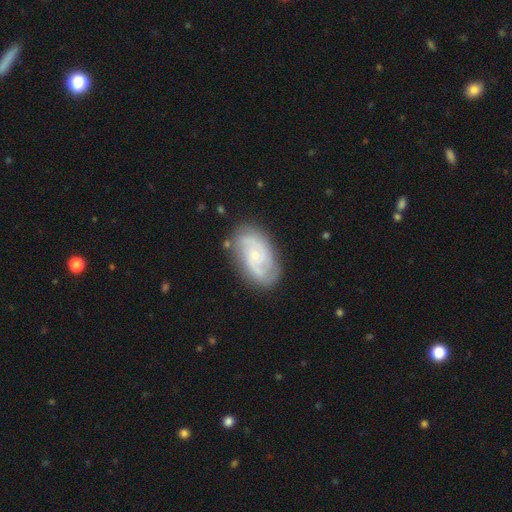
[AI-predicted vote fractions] Smooth or featured: featured or disk — 78% (smooth — 16%)
Edge-on disk: no — 96% (yes — 4%)
Bar: no — 68% (weak — 27%)
Spiral arms: yes — 93% (no — 7%)
Spiral winding: tight — 45% (medium — 42%)
Spiral arm count: 2 — 59% (can't tell — 20%)
Bulge size: small — 73% (moderate — 22%)
Merging: none — 77% (minor disturbance — 16%)